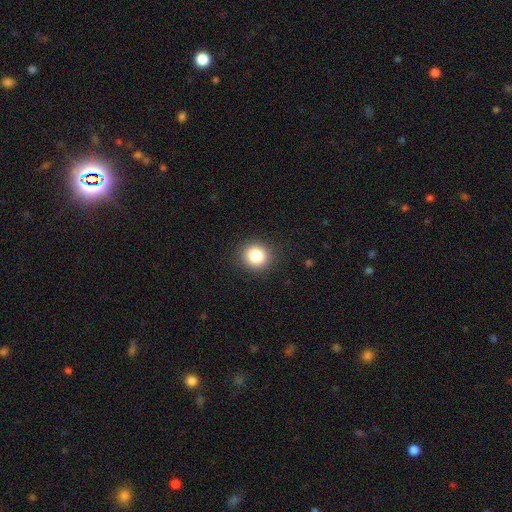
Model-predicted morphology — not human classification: This appears to be a smooth galaxy with no disk features (85%) that is round (88%). Merging: none (90%).